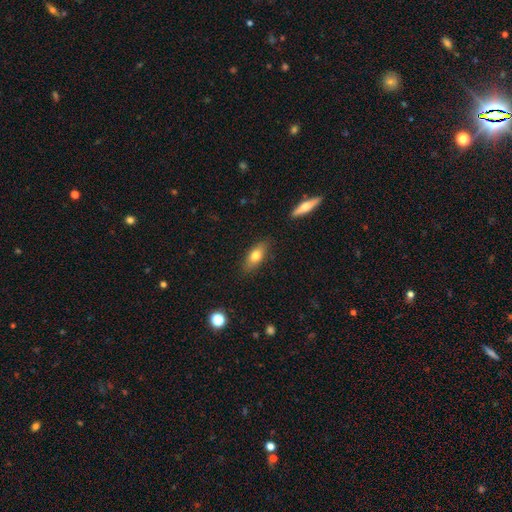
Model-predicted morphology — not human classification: This appears to be a smooth galaxy with no disk features (71%) that is in between round and cigar-shaped (75%). Merging: none (84%).